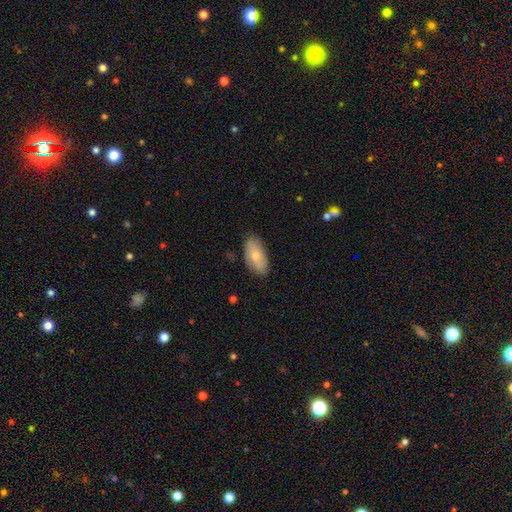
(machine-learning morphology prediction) Smooth or featured?
  - smooth: 69% *
  - featured or disk: 25%
  - star or artifact: 6%
How rounded?
  - in between: 91% *
  - cigar-shaped: 6%
  - round: 3%
Merging?
  - none: 82% *
  - minor disturbance: 14%
  - major disturbance: 3%
  - merger: 1%